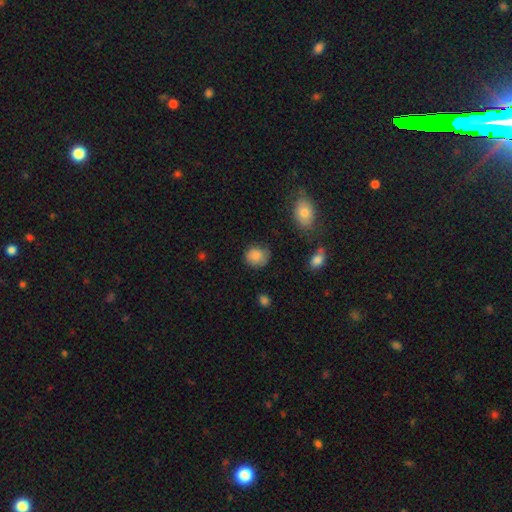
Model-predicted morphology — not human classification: smooth 84%, star or artifact 8%, featured or disk 8%. Down the decision tree: how rounded — round (75%); merging — none (69%).